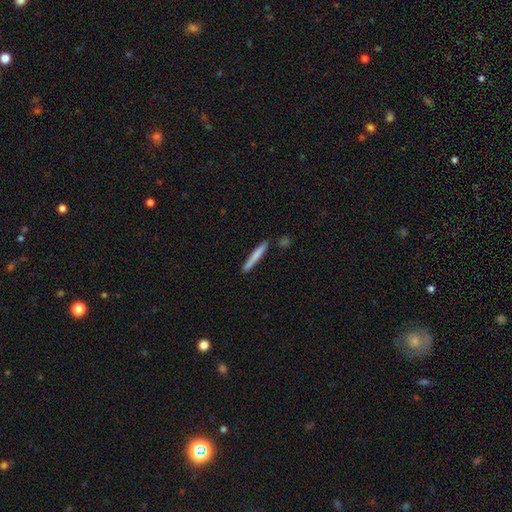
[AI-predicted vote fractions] A smooth galaxy with no disk features (73%) that is cigar-shaped (96%). Merging: none (86%).